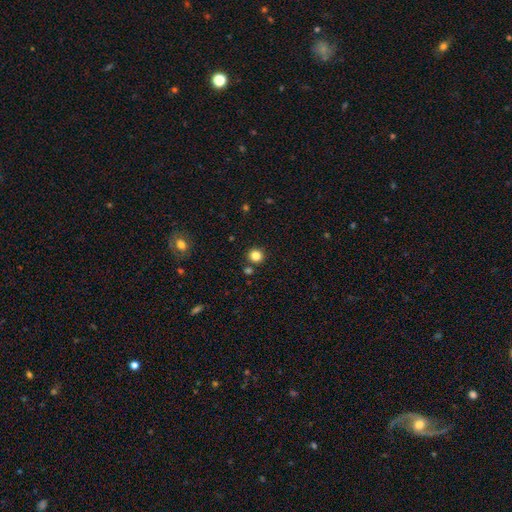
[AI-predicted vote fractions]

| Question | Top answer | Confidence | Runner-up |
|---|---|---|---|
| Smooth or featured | smooth | 83% | star or artifact (13%) |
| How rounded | round | 93% | in between (6%) |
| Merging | none | 86% | minor disturbance (6%) |